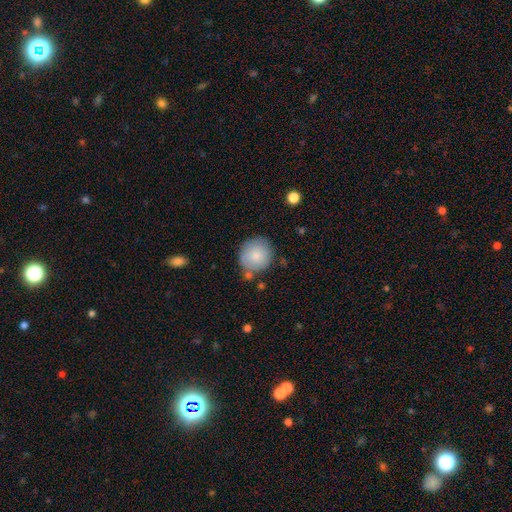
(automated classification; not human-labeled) smooth_or_featured: smooth (p=0.84) [alt: featured or disk p=0.09]
how_rounded: round (p=0.91) [alt: in between p=0.08]
merging: none (p=0.76) [alt: minor disturbance p=0.14]